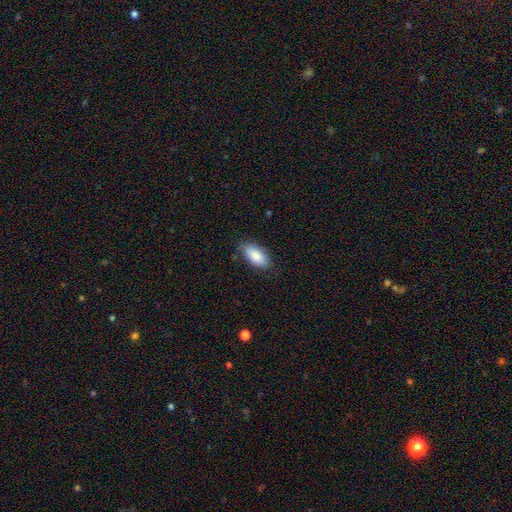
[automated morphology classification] This is clearly a smooth galaxy (87%). How rounded: clearly in between (90%). Merging: clearly none (80%).